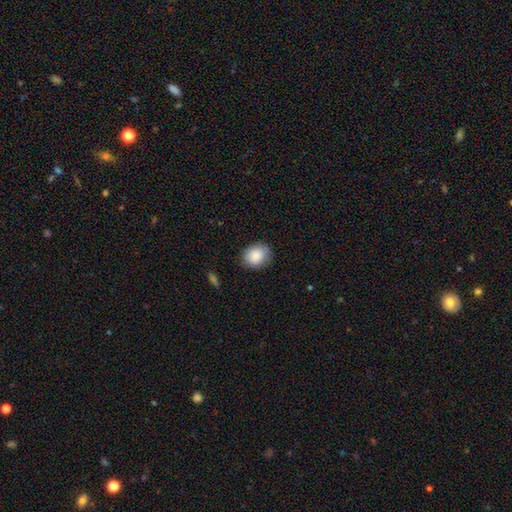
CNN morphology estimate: smooth 88%, star or artifact 7%, featured or disk 5%. Down the decision tree: how rounded — round (56%); merging — none (82%).